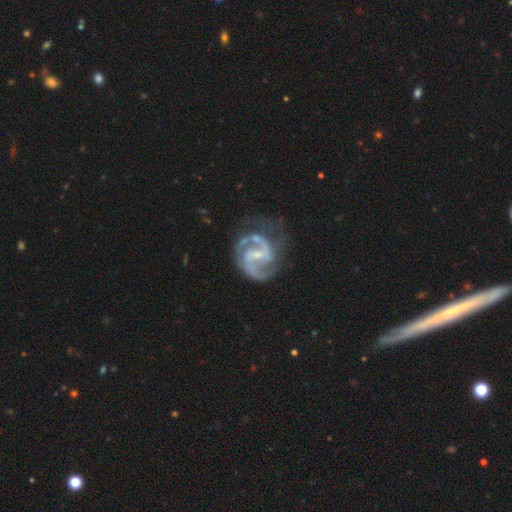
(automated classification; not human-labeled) Q: Smooth or featured?
A: featured or disk (92%); runner-up: star or artifact (4%)
Q: Edge-on disk?
A: no (98%); runner-up: yes (2%)
Q: Bar?
A: weak (48%); runner-up: strong (29%)
Q: Spiral arms?
A: yes (98%); runner-up: no (2%)
Q: Spiral winding?
A: medium (59%); runner-up: tight (27%)
Q: Spiral arm count?
A: 2 (81%); runner-up: 3 (8%)
Q: Bulge size?
A: small (70%); runner-up: moderate (25%)
Q: Merging?
A: none (56%); runner-up: minor disturbance (24%)